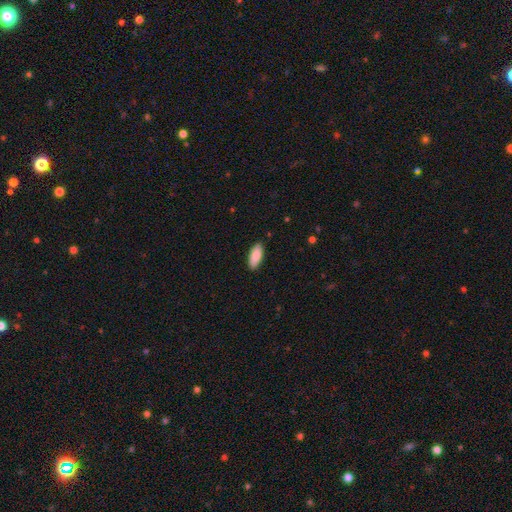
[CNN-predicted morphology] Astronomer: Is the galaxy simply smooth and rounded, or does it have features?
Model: smooth — 89%.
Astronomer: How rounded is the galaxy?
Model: in between — 81%.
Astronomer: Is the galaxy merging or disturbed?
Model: none — 88%.